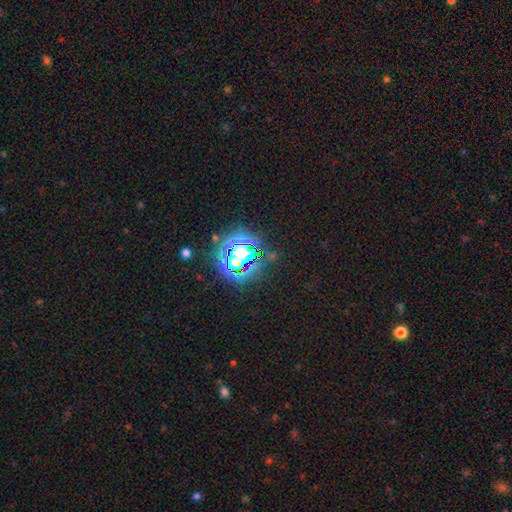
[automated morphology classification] smooth-or-featured: star or artifact: 78% | smooth: 14% | featured or disk: 9%